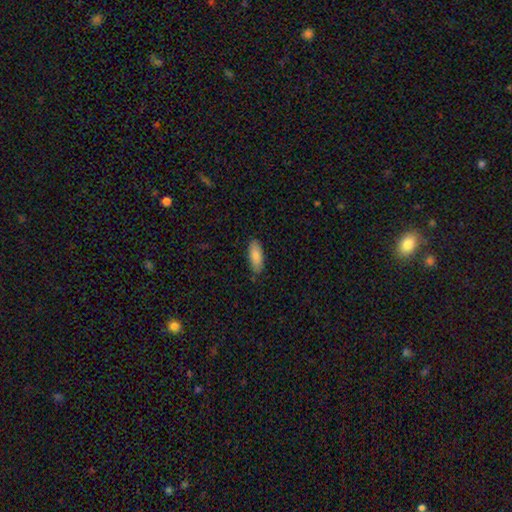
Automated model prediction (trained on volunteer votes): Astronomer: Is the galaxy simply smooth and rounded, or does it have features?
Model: smooth — 84%.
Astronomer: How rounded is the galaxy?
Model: in between — 79%.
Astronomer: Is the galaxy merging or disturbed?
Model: none — 83%.